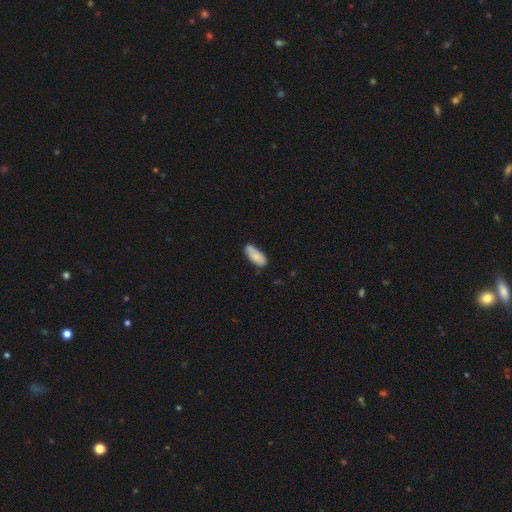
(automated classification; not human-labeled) smooth_or_featured: smooth (p=0.80) [alt: featured or disk p=0.13]
how_rounded: in between (p=0.81) [alt: cigar-shaped p=0.17]
merging: none (p=0.69) [alt: minor disturbance p=0.23]